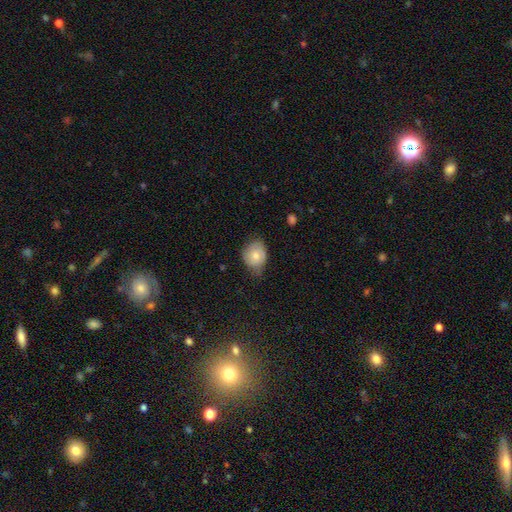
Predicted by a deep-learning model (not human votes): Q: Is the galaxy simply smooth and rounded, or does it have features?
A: smooth — 71%.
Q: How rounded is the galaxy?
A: round — 50%.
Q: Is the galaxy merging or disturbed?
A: none — 52%.